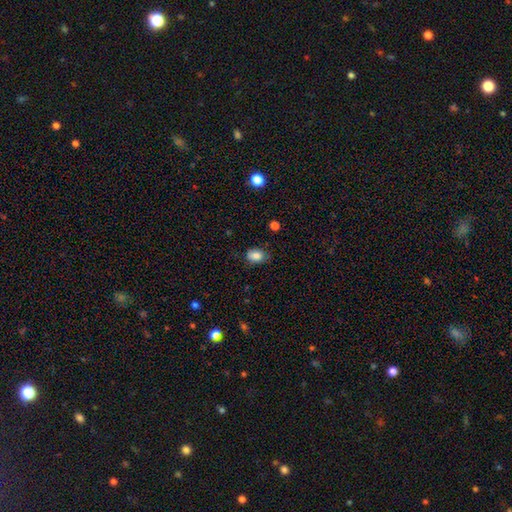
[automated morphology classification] smooth-or-featured: smooth: 84% | star or artifact: 9% | featured or disk: 7%
  how-rounded: in between: 67% | round: 32% | cigar-shaped: 1%
  merging: none: 70% | minor disturbance: 24% | major disturbance: 5% | merger: 2%